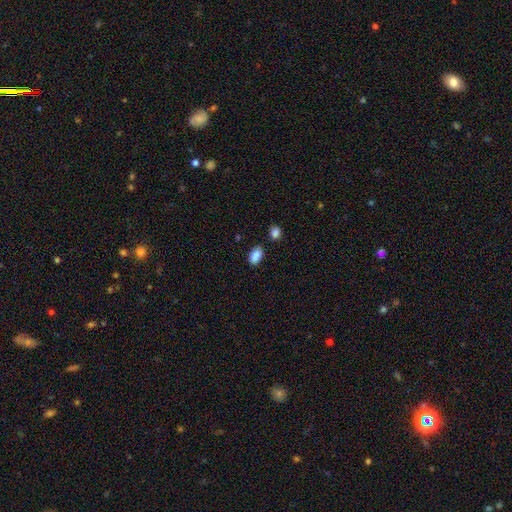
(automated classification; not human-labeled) smooth-or-featured: smooth: 89% | star or artifact: 8% | featured or disk: 4%
  how-rounded: in between: 91% | round: 7% | cigar-shaped: 2%
  merging: none: 81% | minor disturbance: 11% | merger: 5% | major disturbance: 3%